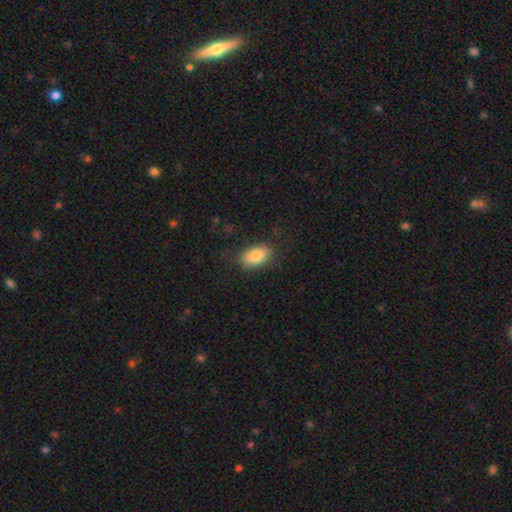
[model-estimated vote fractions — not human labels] Smooth or featured? smooth (85%)
How rounded? in between (91%)
Merging? none (80%)